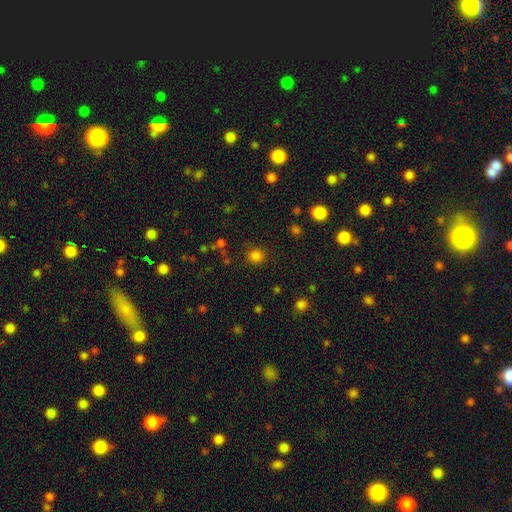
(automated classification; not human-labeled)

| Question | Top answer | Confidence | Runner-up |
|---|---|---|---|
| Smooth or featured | smooth | 80% | star or artifact (16%) |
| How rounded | round | 88% | in between (11%) |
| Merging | none | 86% | minor disturbance (8%) |